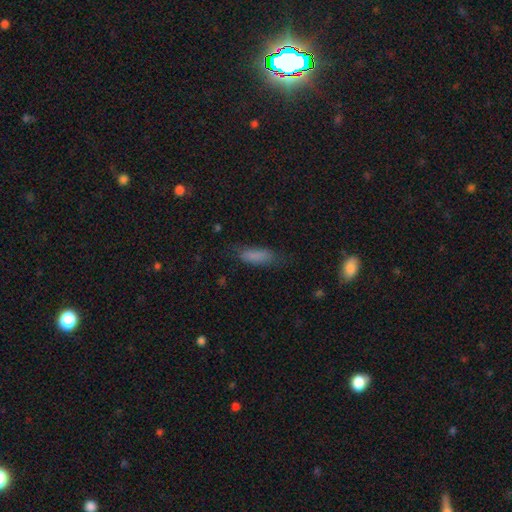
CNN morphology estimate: Smooth or featured: smooth — 80% (featured or disk — 10%)
How rounded: in between — 55% (cigar-shaped — 43%)
Merging: none — 65% (minor disturbance — 24%)